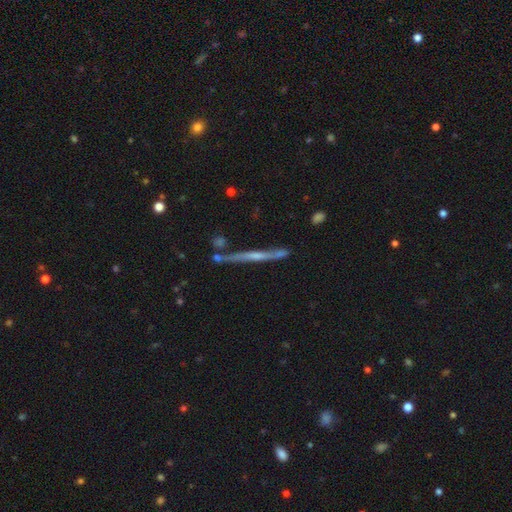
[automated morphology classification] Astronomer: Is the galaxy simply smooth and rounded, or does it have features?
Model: featured or disk — 66%.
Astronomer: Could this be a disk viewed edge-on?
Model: yes — 94%.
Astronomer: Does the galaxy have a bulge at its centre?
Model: rounded — 56% (runner-up: none, 33%).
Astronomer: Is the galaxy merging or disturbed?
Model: none — 77%.